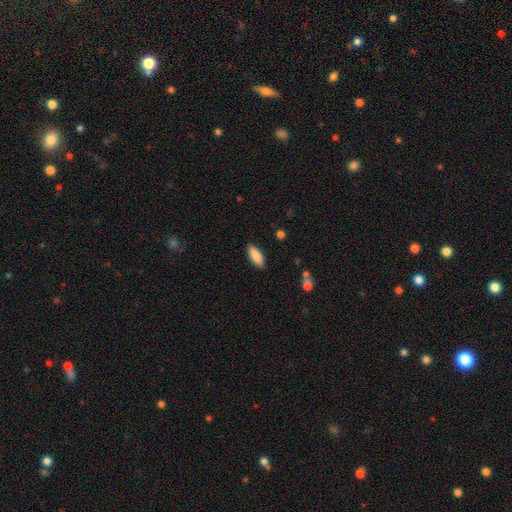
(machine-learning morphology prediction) Smooth or featured: smooth — 87% (featured or disk — 7%)
How rounded: in between — 72% (cigar-shaped — 26%)
Merging: none — 88% (minor disturbance — 9%)